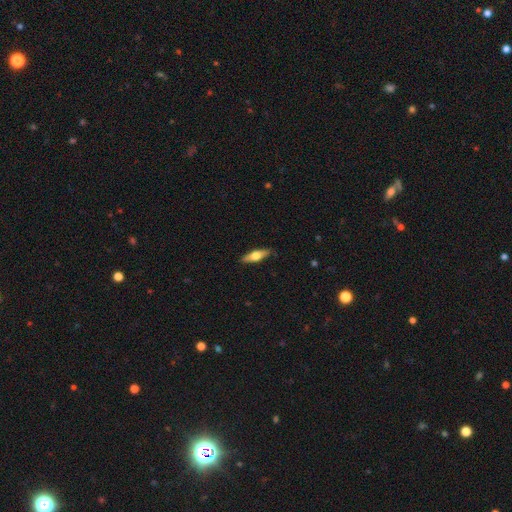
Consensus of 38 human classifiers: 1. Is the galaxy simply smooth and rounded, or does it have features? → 50% smooth, 42% featured or disk, 8% star or artifact.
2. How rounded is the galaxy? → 63% in between, 37% cigar-shaped, 0% round.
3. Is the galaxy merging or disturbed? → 94% none, 6% minor disturbance, 0% major disturbance, 0% merger.